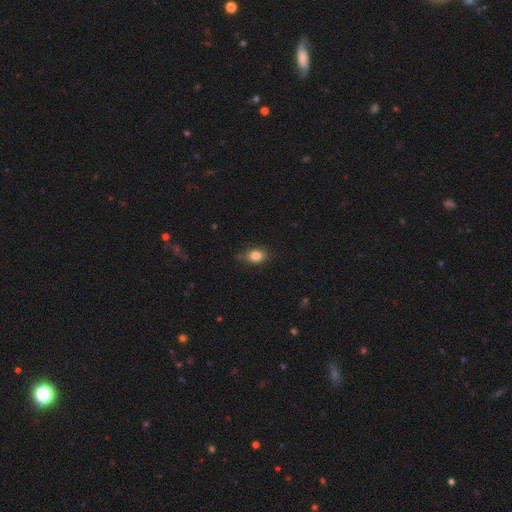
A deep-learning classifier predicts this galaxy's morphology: type=smooth (83%); roundness=in between (74%); merging=none (75%).